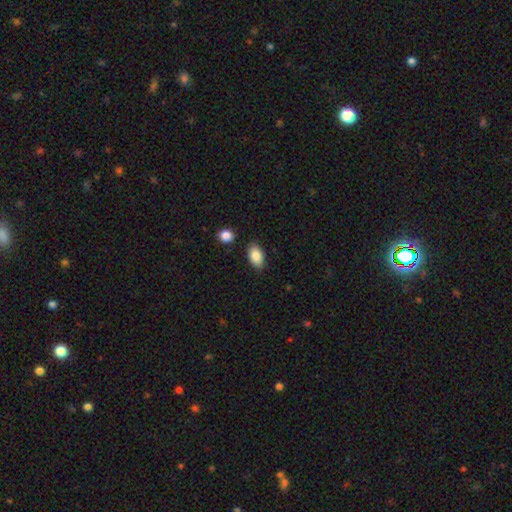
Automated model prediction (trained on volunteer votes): Smooth or featured? smooth (87%)
How rounded? in between (92%)
Merging? none (84%)